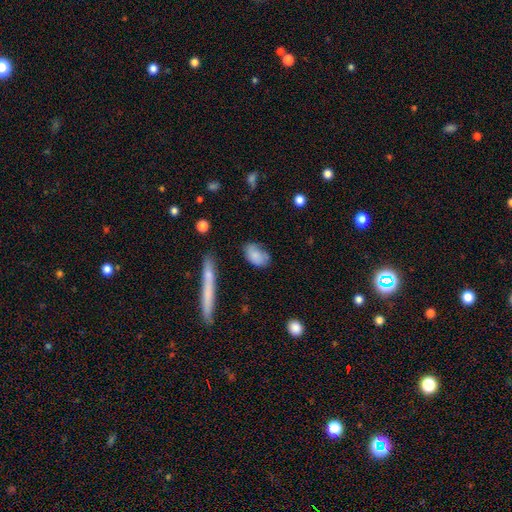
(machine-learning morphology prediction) This appears to be a smooth galaxy with no disk features (80%) that is in between round and cigar-shaped (88%). Merging: none (64%).